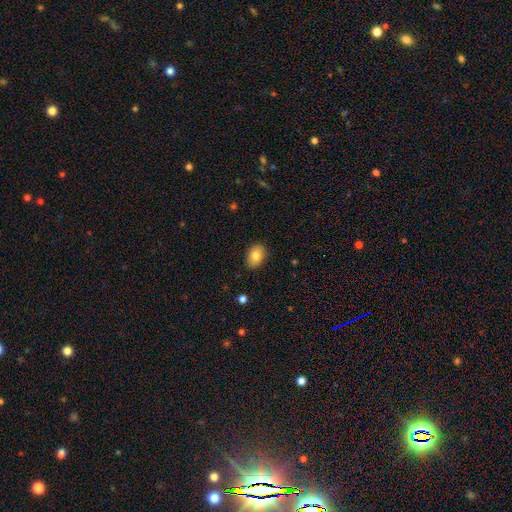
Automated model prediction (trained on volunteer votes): Q: Smooth or featured?
A: smooth (83%); runner-up: featured or disk (9%)
Q: How rounded?
A: in between (81%); runner-up: round (18%)
Q: Merging?
A: none (87%); runner-up: minor disturbance (10%)